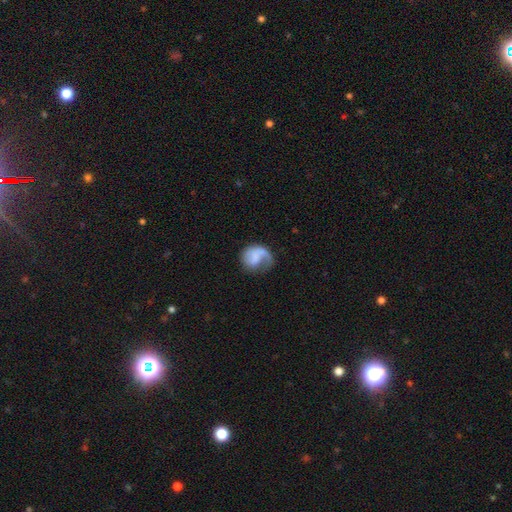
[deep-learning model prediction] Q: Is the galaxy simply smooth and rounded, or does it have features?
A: featured or disk — 56%.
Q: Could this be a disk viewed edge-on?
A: no — 98%.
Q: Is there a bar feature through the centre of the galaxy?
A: no — 64%.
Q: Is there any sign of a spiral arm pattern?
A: yes — 85%.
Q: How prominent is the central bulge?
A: none — 56%.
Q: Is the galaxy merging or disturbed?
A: none — 41%.